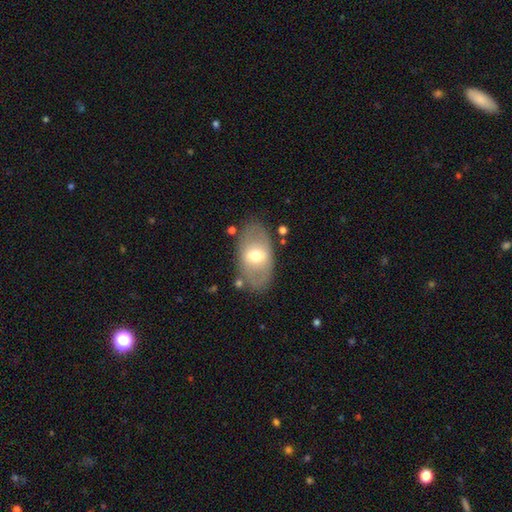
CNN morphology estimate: Smooth or featured? featured or disk (47%)
Merging? none (77%)